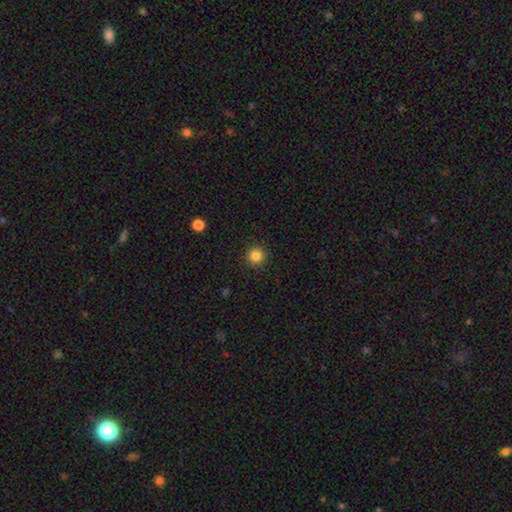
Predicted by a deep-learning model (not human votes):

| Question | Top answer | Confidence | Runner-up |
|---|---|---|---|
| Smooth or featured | smooth | 85% | star or artifact (11%) |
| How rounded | round | 95% | in between (4%) |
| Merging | none | 92% | minor disturbance (5%) |